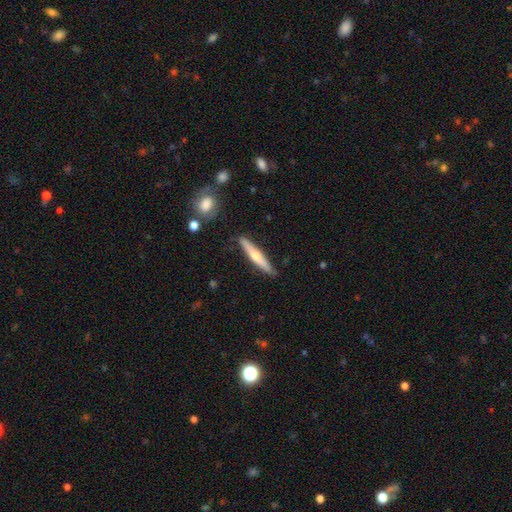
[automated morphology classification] Smooth or featured? Predicted: featured or disk (p=0.58). Edge-on disk? Predicted: yes (p=0.96). Edge-on bulge? Predicted: rounded (p=0.87). Merging? Predicted: none (p=0.87).